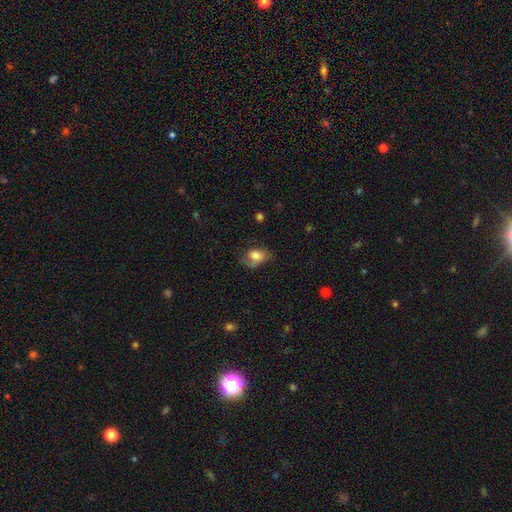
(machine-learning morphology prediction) Smooth or featured?
  - smooth: 72% *
  - featured or disk: 19%
  - star or artifact: 9%
How rounded?
  - in between: 79% *
  - round: 19%
  - cigar-shaped: 2%
Merging?
  - none: 44% *
  - minor disturbance: 33%
  - major disturbance: 21%
  - merger: 2%